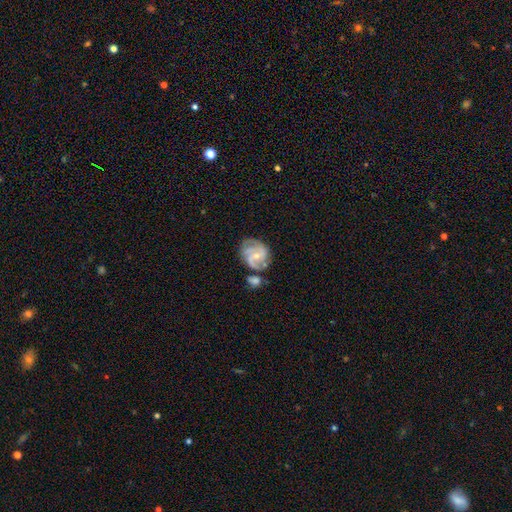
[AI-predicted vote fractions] Smooth or featured: featured or disk — 85% (smooth — 9%)
Edge-on disk: no — 98% (yes — 2%)
Bar: no — 51% (weak — 40%)
Spiral arms: yes — 96% (no — 4%)
Spiral winding: medium — 49% (tight — 38%)
Spiral arm count: 2 — 39% (3 — 37%)
Bulge size: small — 59% (moderate — 38%)
Merging: none — 53% (minor disturbance — 22%)